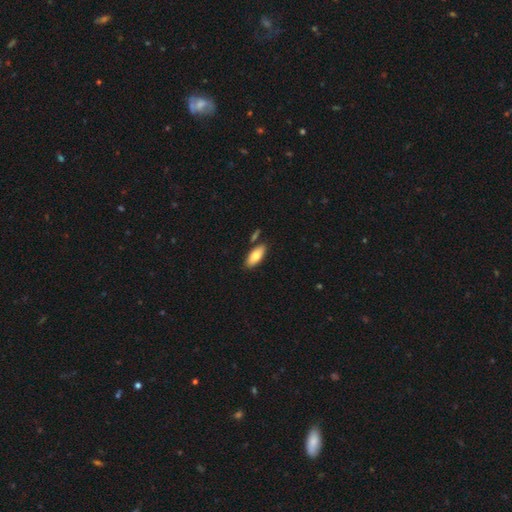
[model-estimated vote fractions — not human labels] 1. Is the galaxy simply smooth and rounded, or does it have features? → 76% smooth, 18% featured or disk, 6% star or artifact.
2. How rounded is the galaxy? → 83% in between, 15% cigar-shaped, 2% round.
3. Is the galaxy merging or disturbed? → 82% none, 10% minor disturbance, 6% merger, 2% major disturbance.